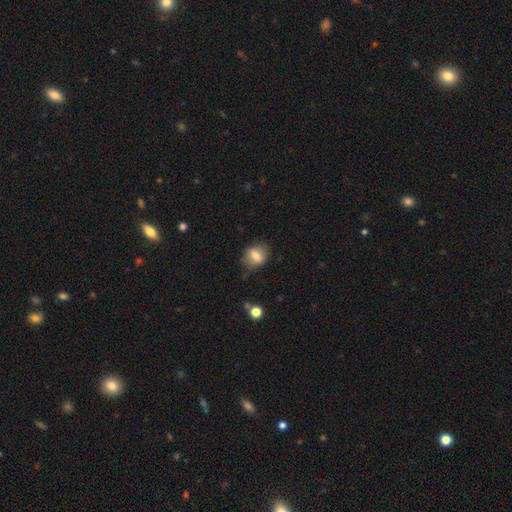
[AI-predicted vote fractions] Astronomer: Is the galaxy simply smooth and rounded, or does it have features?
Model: smooth — 68%.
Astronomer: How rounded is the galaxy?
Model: in between — 59% (runner-up: round, 40%).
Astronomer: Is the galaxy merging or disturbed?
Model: none — 76%.